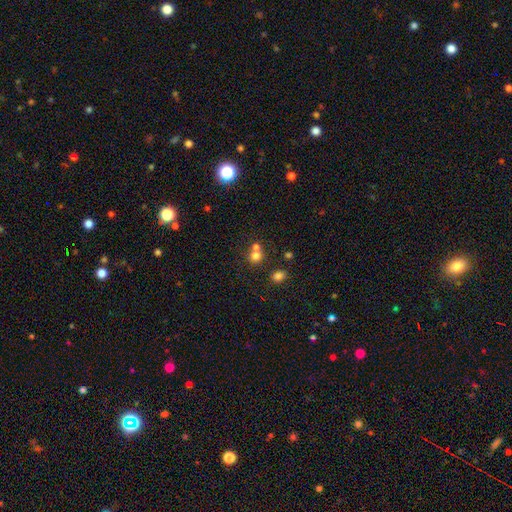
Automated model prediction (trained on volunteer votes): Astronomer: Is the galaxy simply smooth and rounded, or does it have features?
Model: smooth — 75%.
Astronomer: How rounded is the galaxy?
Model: round — 83%.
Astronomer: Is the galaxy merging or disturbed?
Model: none — 47% (runner-up: merger, 44%).